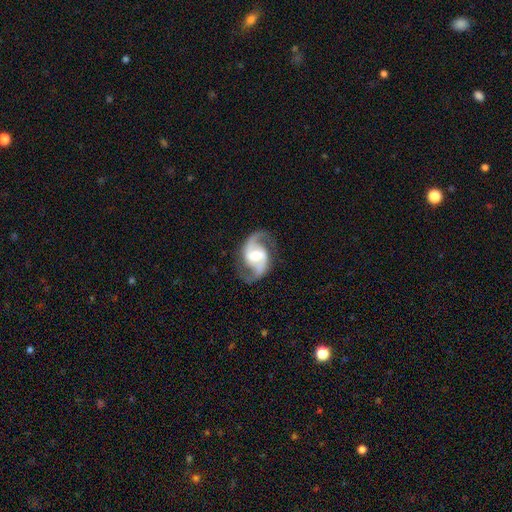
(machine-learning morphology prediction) Smooth or featured? featured or disk (92%)
Edge-on disk? no (98%)
Bar? weak (48%)
Spiral arms? yes (98%)
Spiral winding? medium (54%)
Spiral arm count? 2 (94%)
Bulge size? moderate (62%)
Merging? none (81%)